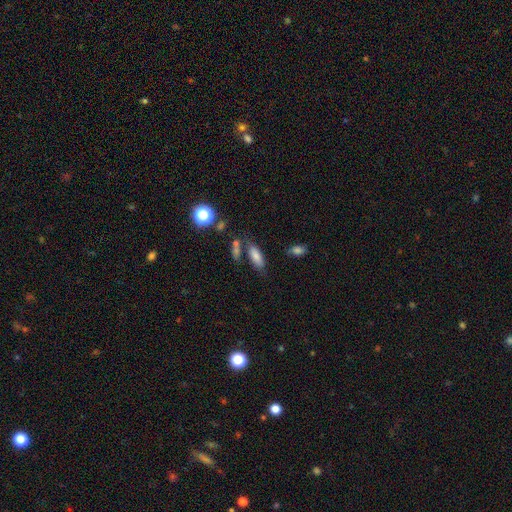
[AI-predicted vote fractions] The model was most divided on "merging": none: 60%, minor disturbance: 18%, merger: 16%, major disturbance: 7%. More confident: smooth or featured — smooth (78%); how rounded — in between (73%).